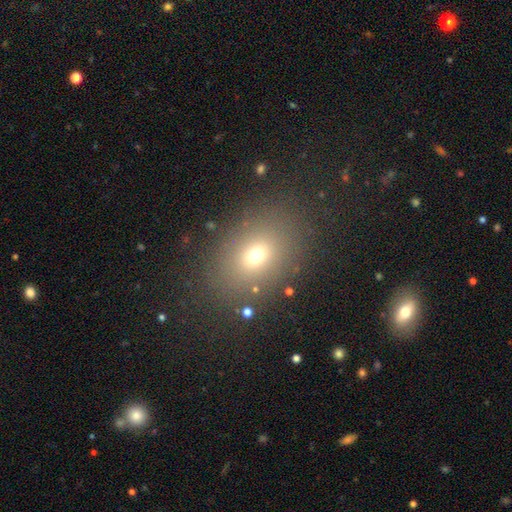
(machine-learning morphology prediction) Smooth or featured? smooth (67%)
How rounded? in between (65%)
Merging? none (82%)